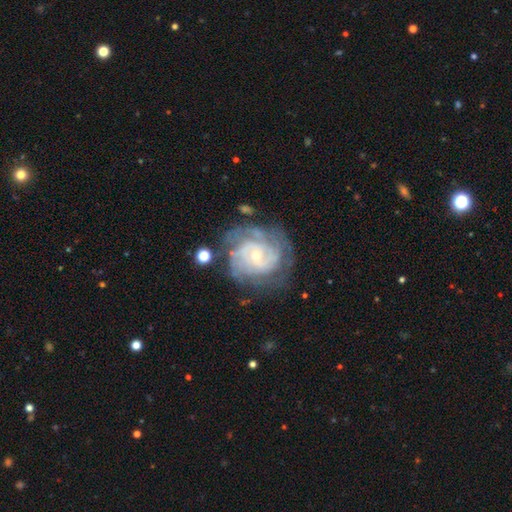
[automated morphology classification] type=featured or disk (83%); edge-on=no (98%); bar=no (65%); spiral arms=yes (93%); winding=tight (66%); arm count=can't tell (38%); bulge=small (77%); merging=none (67%).